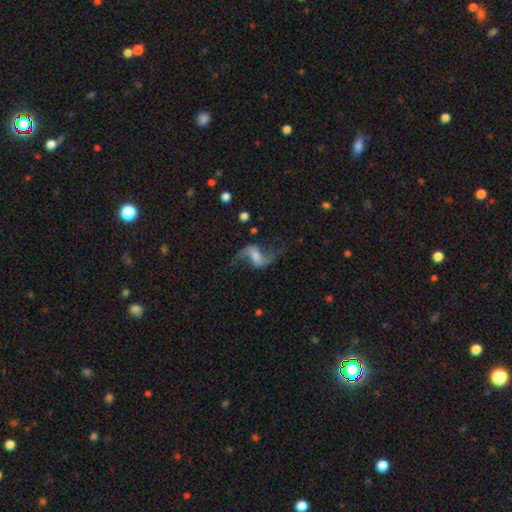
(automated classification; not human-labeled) A featured or disk galaxy (85%) with a weak bar (47%), 2 (93%) loose (88%) spiral arms (95%) and a small central bulge (39%). Merging: none (72%).